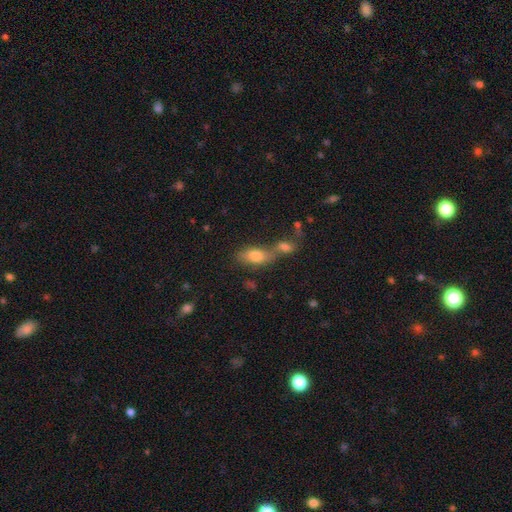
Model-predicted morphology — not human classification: Smooth or featured: smooth — 76% (featured or disk — 14%)
How rounded: in between — 85% (cigar-shaped — 9%)
Merging: merger — 48% (none — 35%)